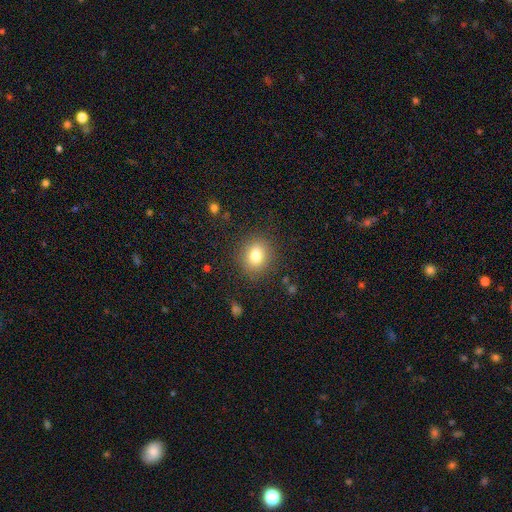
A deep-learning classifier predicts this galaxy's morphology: This appears to be a smooth galaxy with no disk features (79%) that is round (72%). Merging: none (86%).